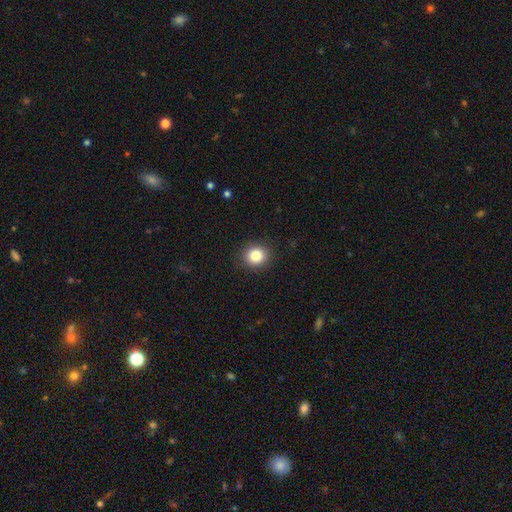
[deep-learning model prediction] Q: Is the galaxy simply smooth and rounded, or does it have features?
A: smooth — 84%.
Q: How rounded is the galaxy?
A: round — 84%.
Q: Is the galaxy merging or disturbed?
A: none — 91%.